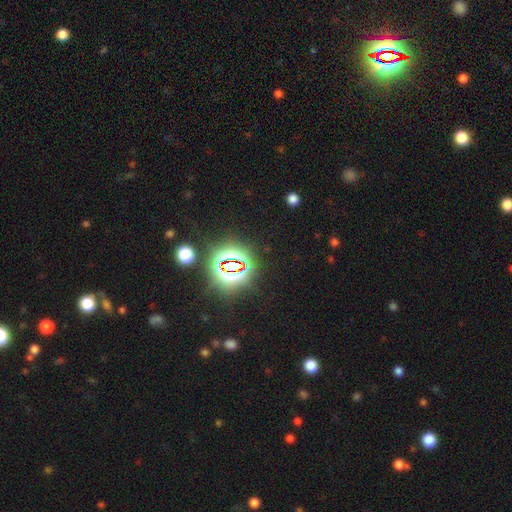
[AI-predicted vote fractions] star or artifact 85%, smooth 9%, featured or disk 6%.